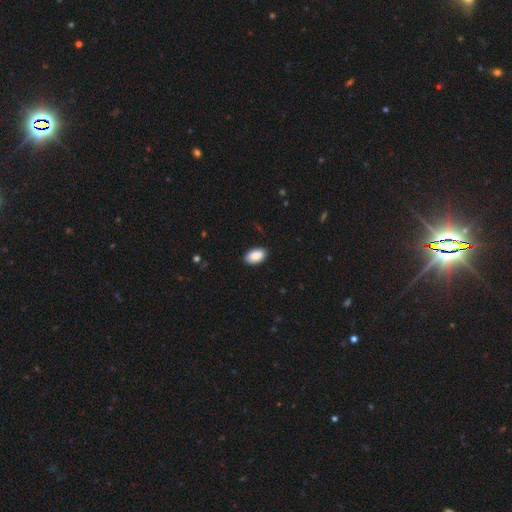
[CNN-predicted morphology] The model was most divided on "smooth or featured": smooth: 86%, featured or disk: 7%, star or artifact: 7%. More confident: how rounded — in between (94%); merging — none (89%).